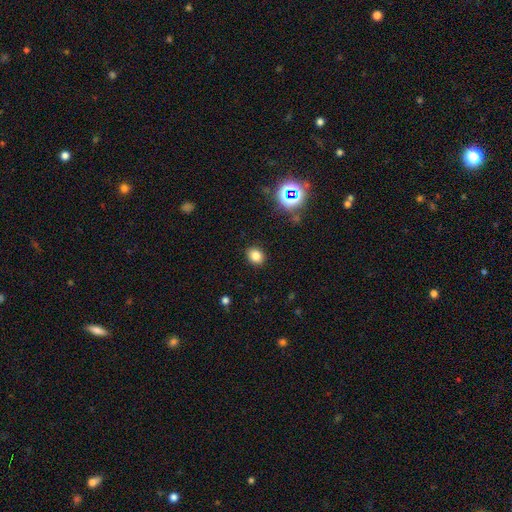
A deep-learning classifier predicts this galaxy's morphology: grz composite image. It shows a smooth galaxy with no disk features (81%) that is round (51%). Merging: none (89%).